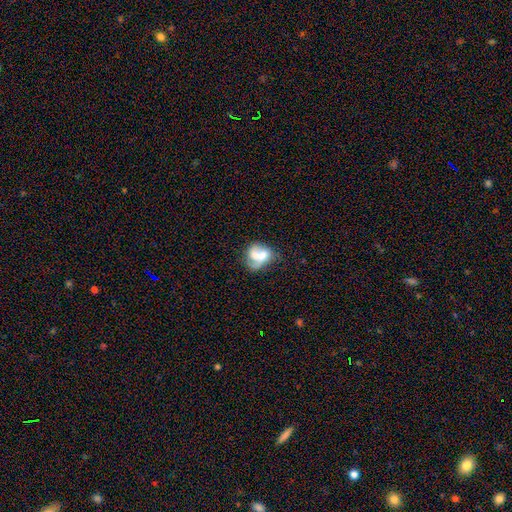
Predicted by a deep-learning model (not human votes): The model was most divided on "smooth or featured": smooth: 46%, featured or disk: 45%, star or artifact: 9%. Remaining: merging — merger (41%).